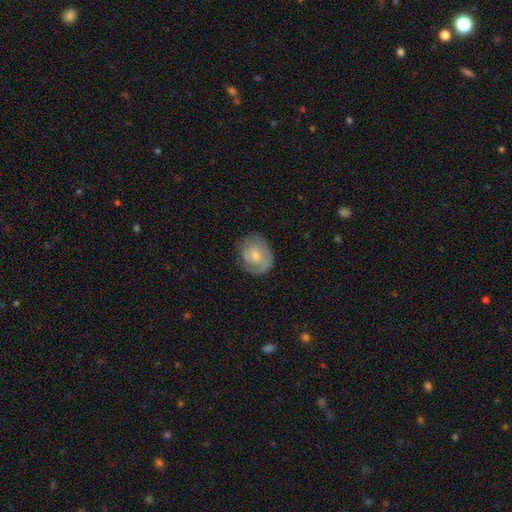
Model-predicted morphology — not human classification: smooth-or-featured: featured or disk: 64% | smooth: 30% | star or artifact: 6%
  disk-edge-on: no: 97% | yes: 3%
    bar: no: 64% | weak: 31% | strong: 5%
    has-spiral-arms: yes: 89% | no: 11%
      spiral-winding: tight: 56% | medium: 33% | loose: 11%
      spiral-arm-count: 2: 43% | can't tell: 25% | 1: 18% | 3: 9% | 4: 2% | more than 4: 2%
    bulge-size: small: 59% | moderate: 35% | none: 3% | large: 2% | dominant: 1%
  merging: none: 72% | minor disturbance: 19% | major disturbance: 8% | merger: 1%